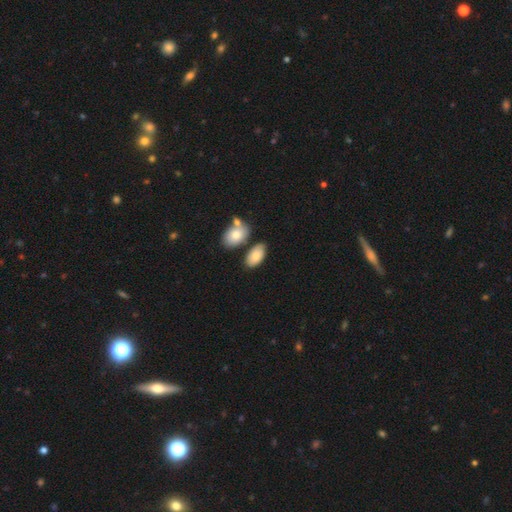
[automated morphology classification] This is clearly a smooth galaxy (82%). How rounded: clearly in between (94%). Merging: likely none (65%).